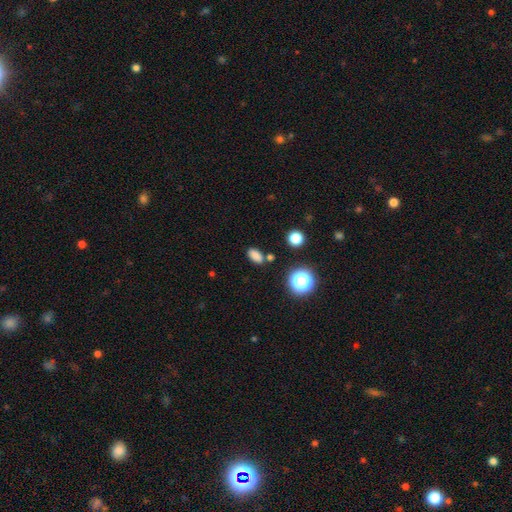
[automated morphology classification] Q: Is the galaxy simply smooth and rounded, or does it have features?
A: smooth — 80%.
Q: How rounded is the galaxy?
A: in between — 84%.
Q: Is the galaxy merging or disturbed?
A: none — 80%.